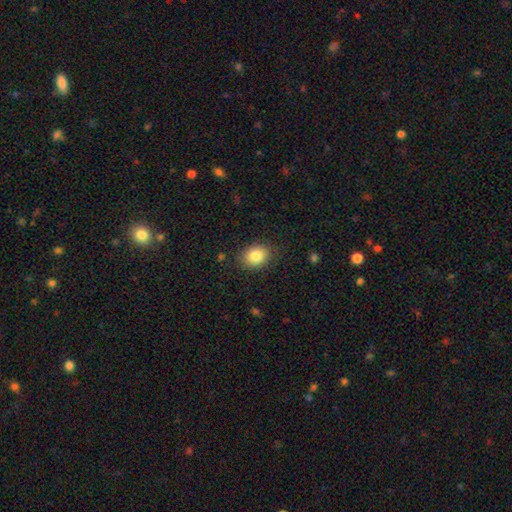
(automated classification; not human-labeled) Smooth or featured? smooth (85%)
How rounded? in between (59%)
Merging? none (84%)